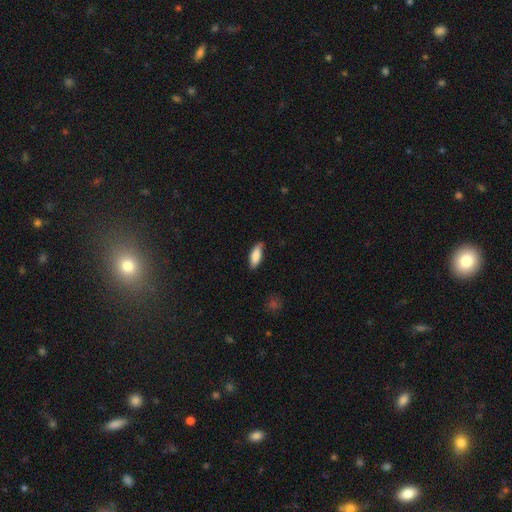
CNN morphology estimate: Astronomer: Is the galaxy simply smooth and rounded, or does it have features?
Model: smooth — 85%.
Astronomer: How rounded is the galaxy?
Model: in between — 69%.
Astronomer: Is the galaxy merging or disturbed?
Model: none — 77%.